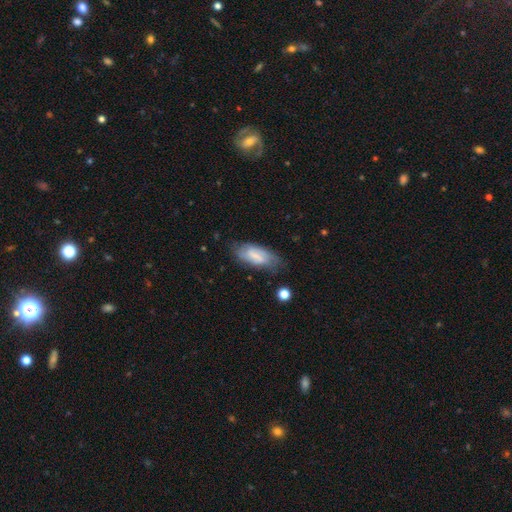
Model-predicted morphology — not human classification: Smooth or featured: smooth — 53% (featured or disk — 40%)
How rounded: in between — 84% (cigar-shaped — 14%)
Merging: none — 64% (minor disturbance — 26%)